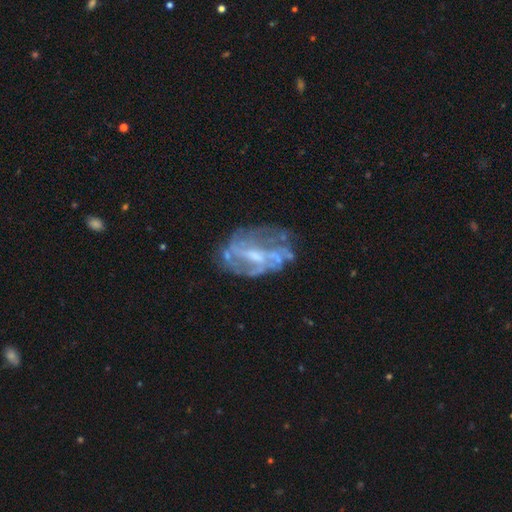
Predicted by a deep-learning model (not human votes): This is clearly a featured or disk galaxy (82%). It is clearly not viewed edge-on (96%). Bar: possibly weak (50%). Spiral arm pattern: likely yes (76%). Spiral arm count: marginally can't tell (41%). Spiral winding: marginally medium (41%). Central bulge: marginally small (41%). Merging: possibly none (55%).